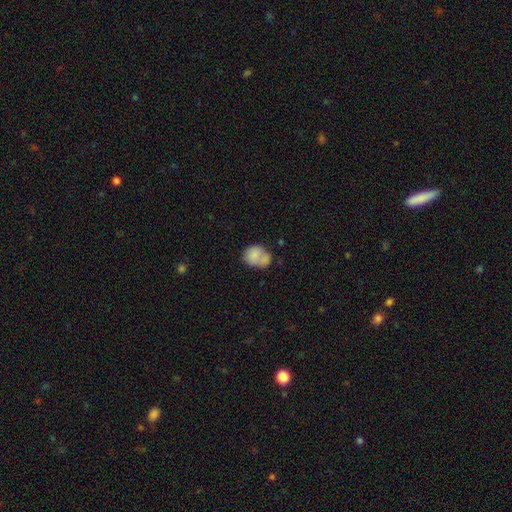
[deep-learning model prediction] Smooth or featured? Predicted: smooth (p=0.77). How rounded? Predicted: round (p=0.52). Merging? Predicted: merger (p=0.38).